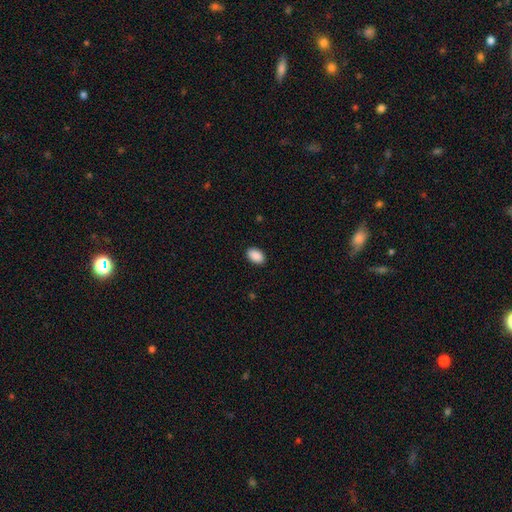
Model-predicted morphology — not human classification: Smooth or featured: smooth — 91% (star or artifact — 7%)
How rounded: in between — 89% (round — 10%)
Merging: none — 90% (minor disturbance — 8%)